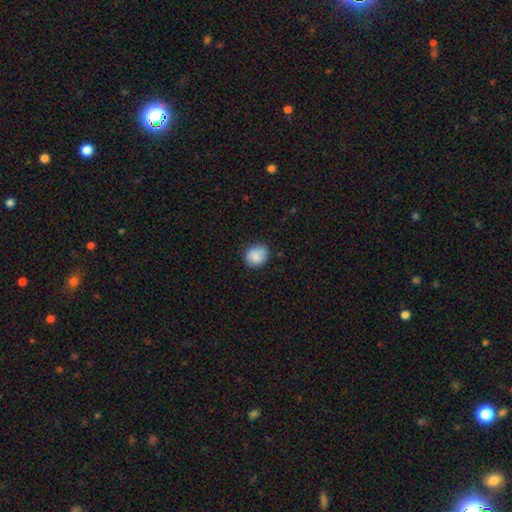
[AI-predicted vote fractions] smooth_or_featured: smooth (p=0.85) [alt: star or artifact p=0.08]
how_rounded: round (p=0.74) [alt: in between p=0.25]
merging: none (p=0.80) [alt: minor disturbance p=0.16]